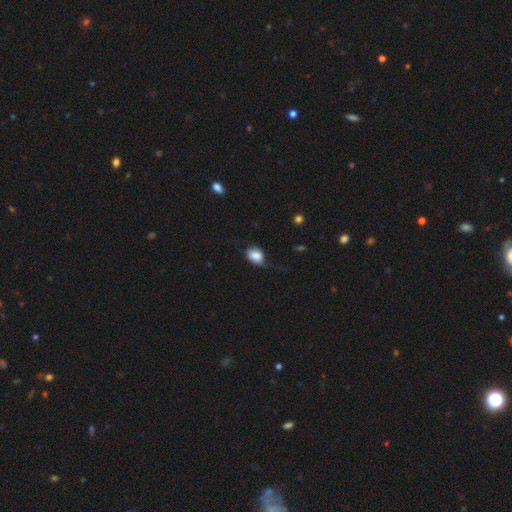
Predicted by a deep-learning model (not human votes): The model was most divided on "merging": none: 45%, minor disturbance: 38%, major disturbance: 15%, merger: 2%. More confident: smooth or featured — smooth (84%); how rounded — in between (57%).